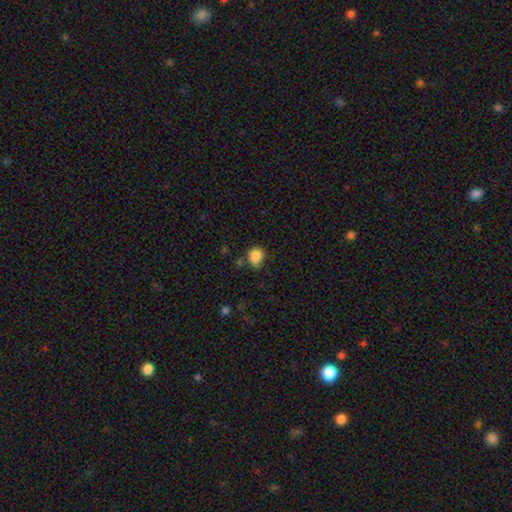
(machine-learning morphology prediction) A smooth galaxy with no disk features (86%) that is round (73%).

Vote fractions:
- Smooth or featured? smooth: 86% / star or artifact: 10% / featured or disk: 5%
- How rounded? round: 73% / in between: 26% / cigar-shaped: 1%
- Merging? none: 63% / minor disturbance: 25% / merger: 6% / major disturbance: 6%